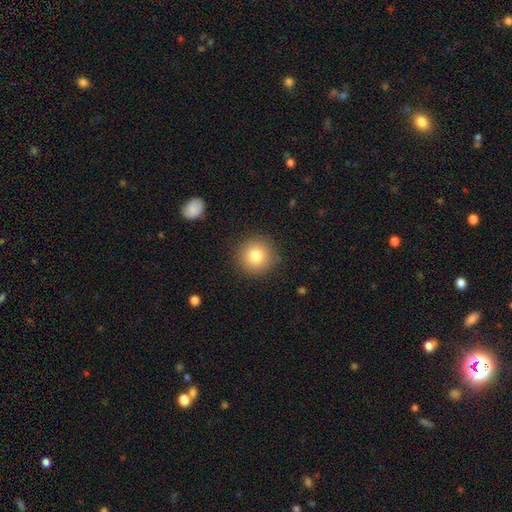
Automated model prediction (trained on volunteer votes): Smooth or featured: smooth — 81% (star or artifact — 10%)
How rounded: round — 95% (in between — 4%)
Merging: none — 89% (minor disturbance — 7%)